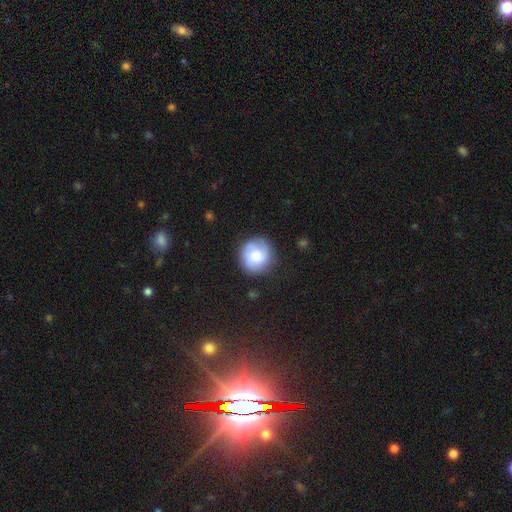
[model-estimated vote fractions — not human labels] Smooth or featured?
  - smooth: 66% *
  - featured or disk: 26%
  - star or artifact: 8%
How rounded?
  - round: 92% *
  - in between: 7%
  - cigar-shaped: 1%
Merging?
  - none: 82% *
  - minor disturbance: 13%
  - major disturbance: 4%
  - merger: 1%